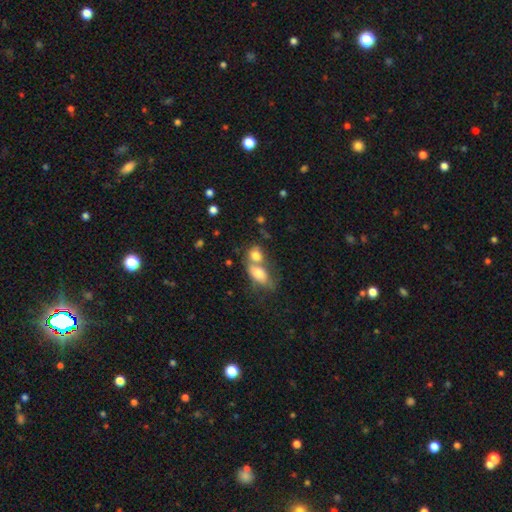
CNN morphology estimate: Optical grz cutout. It shows a smooth galaxy with no disk features (76%) that is in between round and cigar-shaped (63%). Merging: merger (62%).